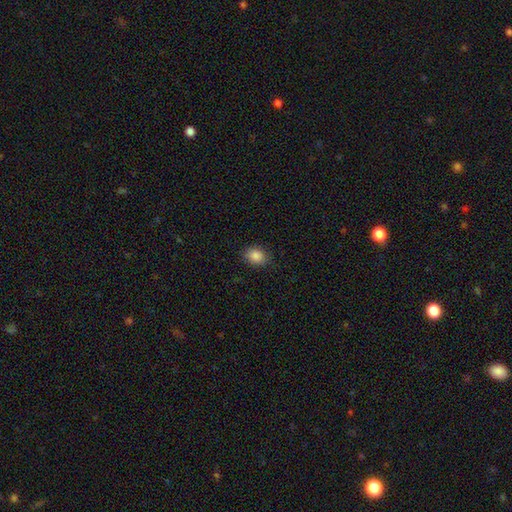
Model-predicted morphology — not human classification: Q: Smooth or featured?
A: smooth (87%); runner-up: star or artifact (9%)
Q: How rounded?
A: in between (61%); runner-up: round (38%)
Q: Merging?
A: none (85%); runner-up: minor disturbance (12%)